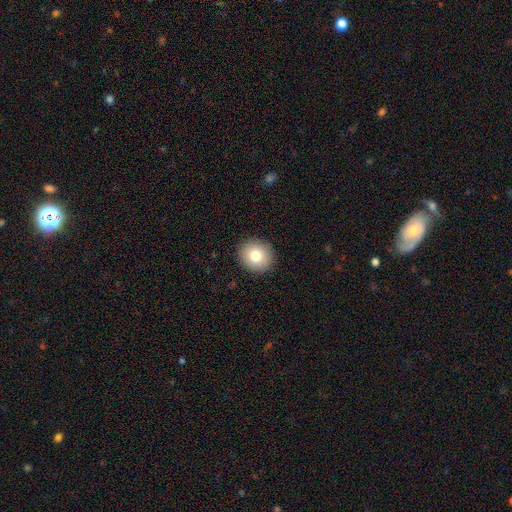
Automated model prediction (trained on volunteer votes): This appears to be a smooth galaxy with no disk features (80%) that is round (81%). Merging: none (91%).